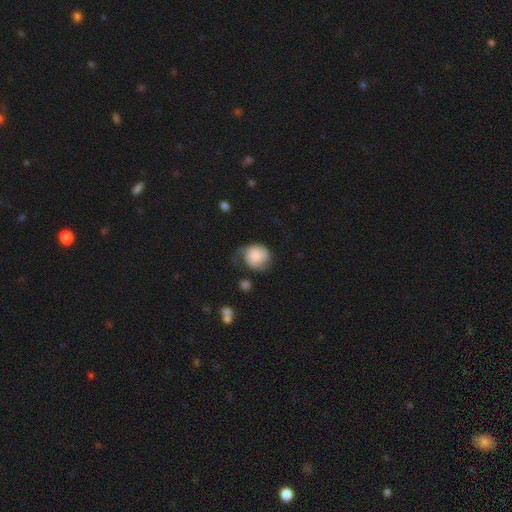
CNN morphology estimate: This appears to be a smooth galaxy with no disk features (63%) that is round (73%). Merging: minor disturbance (35%).